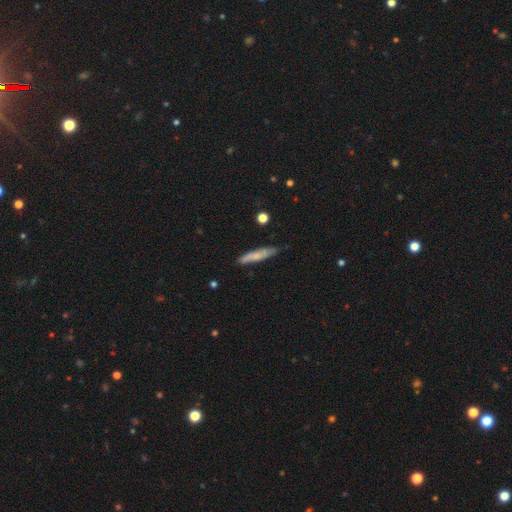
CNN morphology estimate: A smooth galaxy with no disk features (70%) that is cigar-shaped (90%).

Vote fractions:
- Smooth or featured? smooth: 70% / featured or disk: 24% / star or artifact: 6%
- How rounded? cigar-shaped: 90% / in between: 8% / round: 1%
- Merging? none: 80% / minor disturbance: 16% / major disturbance: 2% / merger: 2%